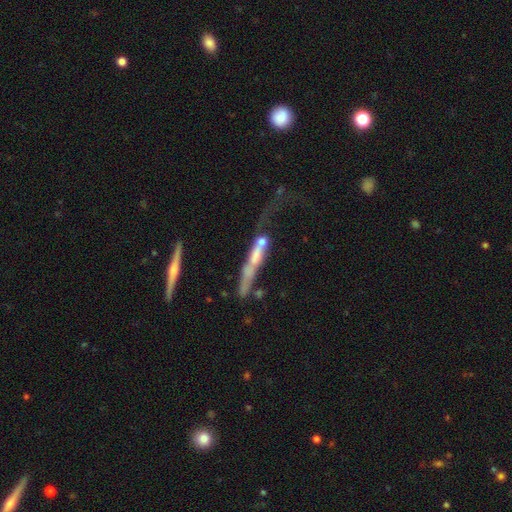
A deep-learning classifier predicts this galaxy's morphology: Q: Smooth or featured?
A: featured or disk (60%); runner-up: smooth (30%)
Q: Edge-on disk?
A: yes (69%); runner-up: no (31%)
Q: Merging?
A: major disturbance (34%); runner-up: merger (29%)